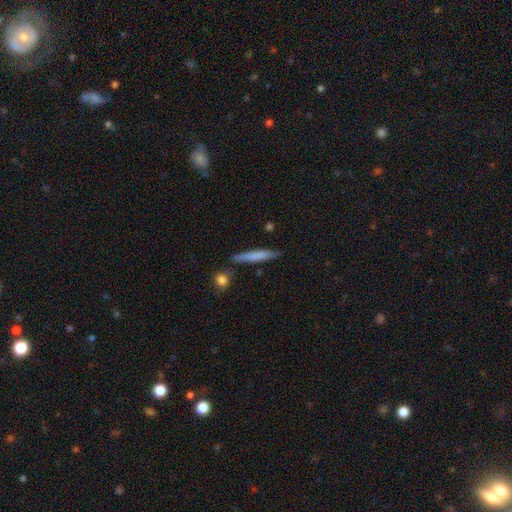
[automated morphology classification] This is likely a smooth galaxy (68%). How rounded: clearly cigar-shaped (93%). Merging: likely none (79%).